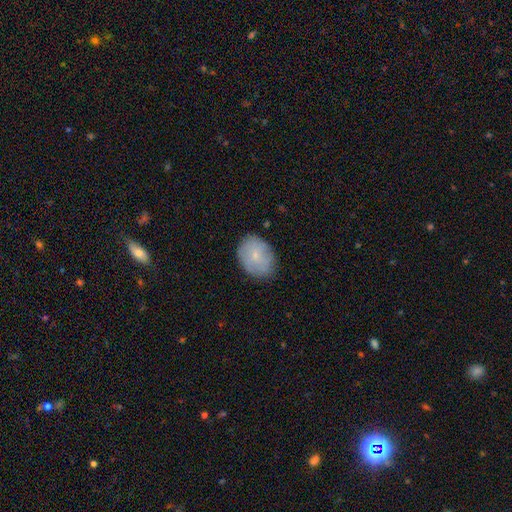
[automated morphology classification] Overall: smooth (69%). How rounded: in between (67%; round 32%). Merging: none (80%).